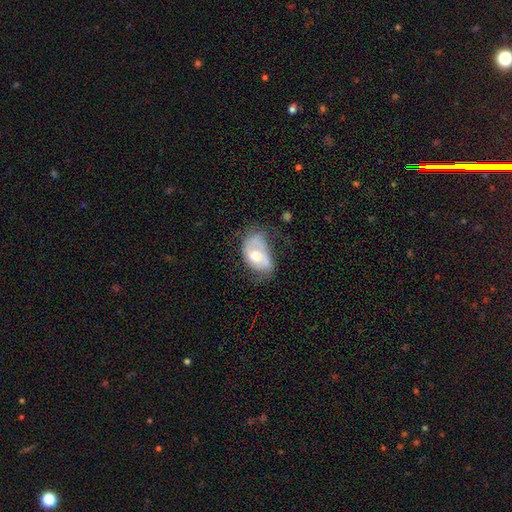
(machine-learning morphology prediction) This is possibly a featured or disk galaxy (52%). It is clearly not viewed edge-on (95%). Merging: marginally none (35%).